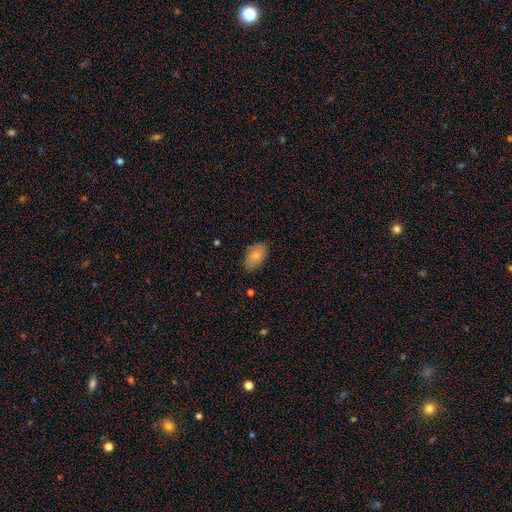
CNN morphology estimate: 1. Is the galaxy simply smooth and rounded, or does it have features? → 80% smooth, 13% featured or disk, 7% star or artifact.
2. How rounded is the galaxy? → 92% in between, 7% round, 1% cigar-shaped.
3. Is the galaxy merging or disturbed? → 82% none, 14% minor disturbance, 3% major disturbance, 1% merger.